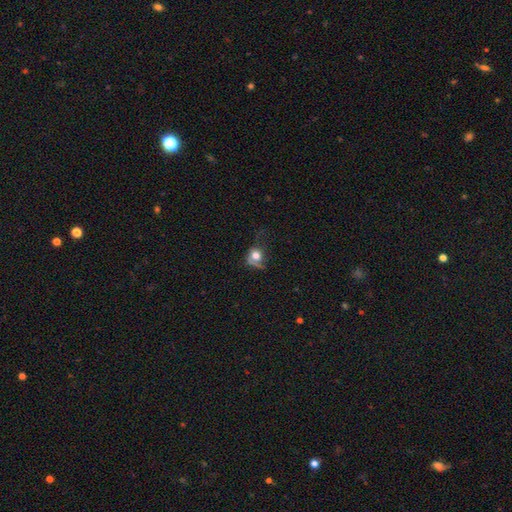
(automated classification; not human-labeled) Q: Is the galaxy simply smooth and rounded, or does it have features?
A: smooth — 64%.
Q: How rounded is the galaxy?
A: round — 70%.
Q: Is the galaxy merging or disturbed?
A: major disturbance — 40%.